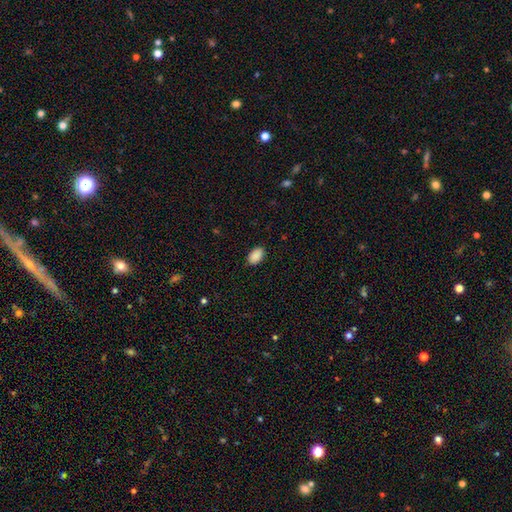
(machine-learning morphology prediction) This appears to be a smooth galaxy with no disk features (90%) that is in between round and cigar-shaped (92%). Merging: none (87%).